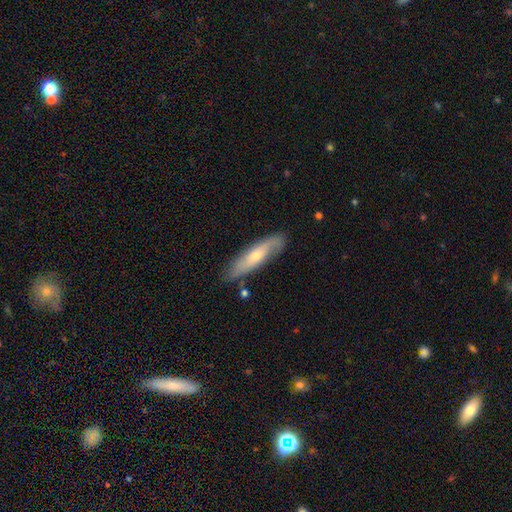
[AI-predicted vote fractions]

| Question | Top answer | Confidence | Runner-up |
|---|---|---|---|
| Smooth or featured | featured or disk | 48% | smooth (46%) |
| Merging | none | 76% | minor disturbance (18%) |